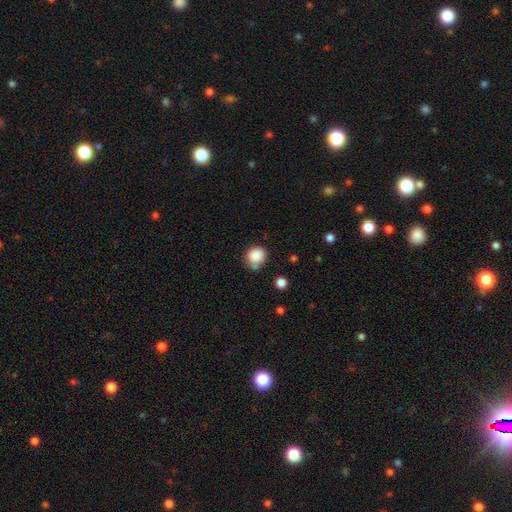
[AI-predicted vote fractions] Smooth or featured?
  - smooth: 87% *
  - star or artifact: 9%
  - featured or disk: 4%
How rounded?
  - round: 83% *
  - in between: 16%
  - cigar-shaped: 1%
Merging?
  - none: 65% *
  - minor disturbance: 23%
  - merger: 7%
  - major disturbance: 6%